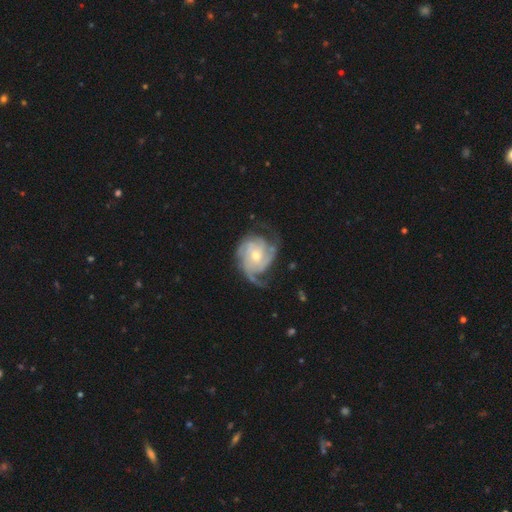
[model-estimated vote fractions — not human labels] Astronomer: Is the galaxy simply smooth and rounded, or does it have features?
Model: featured or disk — 88%.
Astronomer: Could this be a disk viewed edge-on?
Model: no — 98%.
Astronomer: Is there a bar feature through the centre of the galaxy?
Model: no — 69%.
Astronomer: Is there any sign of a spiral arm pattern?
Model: yes — 97%.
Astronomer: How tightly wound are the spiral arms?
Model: tight — 52% (runner-up: medium, 36%).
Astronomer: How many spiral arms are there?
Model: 3 — 42% (runner-up: 2, 19%).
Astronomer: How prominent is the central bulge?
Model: moderate — 48%, tied with small at 48%.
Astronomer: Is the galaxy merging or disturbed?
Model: none — 61%.